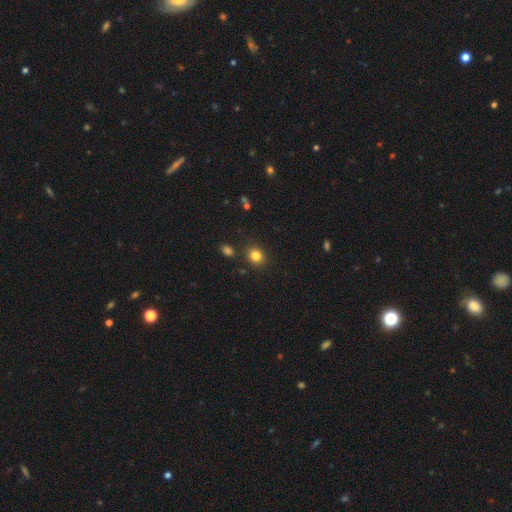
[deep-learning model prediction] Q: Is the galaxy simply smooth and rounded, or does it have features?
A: smooth — 83%.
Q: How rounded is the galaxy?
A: round — 70%.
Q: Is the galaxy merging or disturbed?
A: none — 84%.